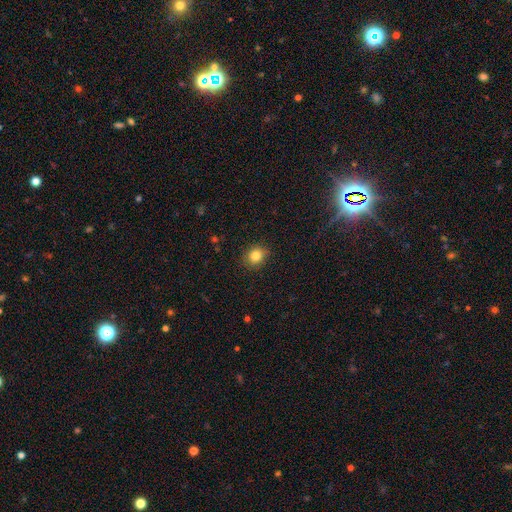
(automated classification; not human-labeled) Smooth or featured? smooth (83%)
How rounded? round (71%)
Merging? none (87%)